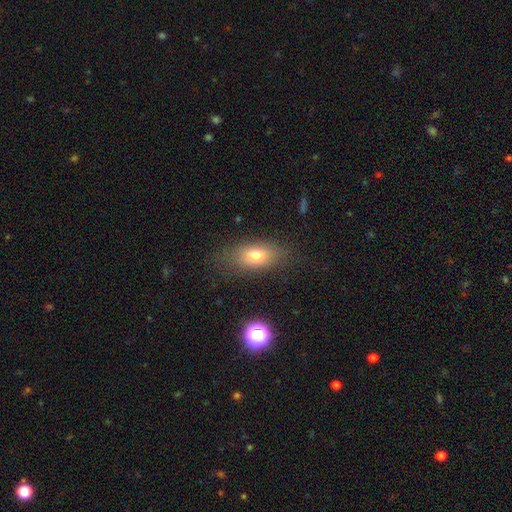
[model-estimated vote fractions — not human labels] Smooth or featured: smooth — 74% (featured or disk — 14%)
How rounded: in between — 82% (round — 12%)
Merging: none — 77% (minor disturbance — 15%)